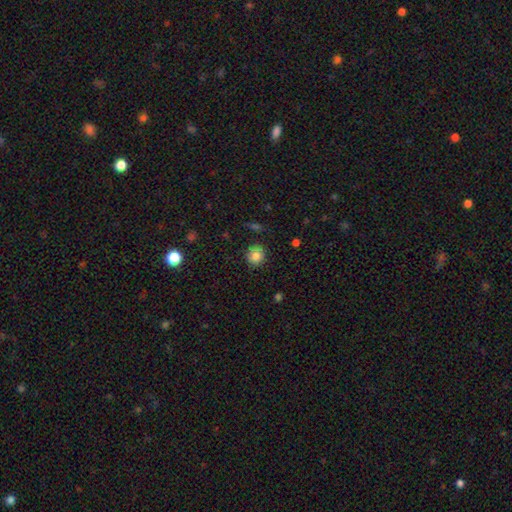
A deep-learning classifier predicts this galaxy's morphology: Smooth or featured?
  - smooth: 83% *
  - star or artifact: 10%
  - featured or disk: 7%
How rounded?
  - round: 87% *
  - in between: 12%
  - cigar-shaped: 1%
Merging?
  - none: 86% *
  - minor disturbance: 10%
  - major disturbance: 2%
  - merger: 2%